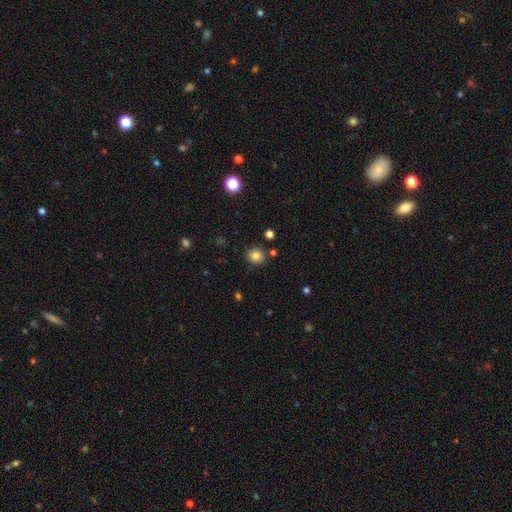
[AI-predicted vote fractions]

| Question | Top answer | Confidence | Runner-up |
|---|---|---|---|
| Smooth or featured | smooth | 82% | star or artifact (12%) |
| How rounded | round | 87% | in between (12%) |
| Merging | none | 86% | minor disturbance (8%) |